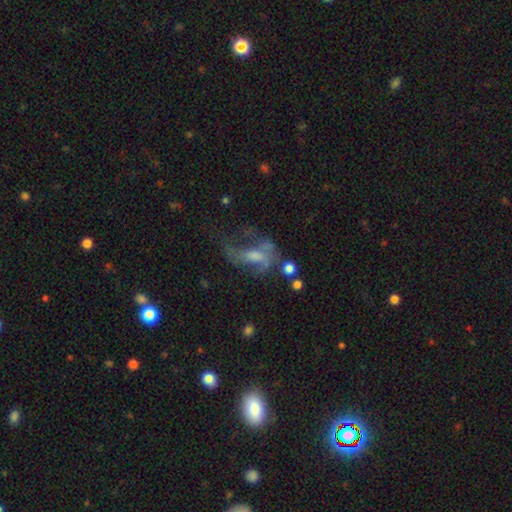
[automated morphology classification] featured or disk 61%, smooth 24%, star or artifact 15%. Down the decision tree: edge-on disk — no (94%); bar — no (51%); spiral arms — yes (57%); bulge size — moderate (40%); merging — major disturbance (44%).